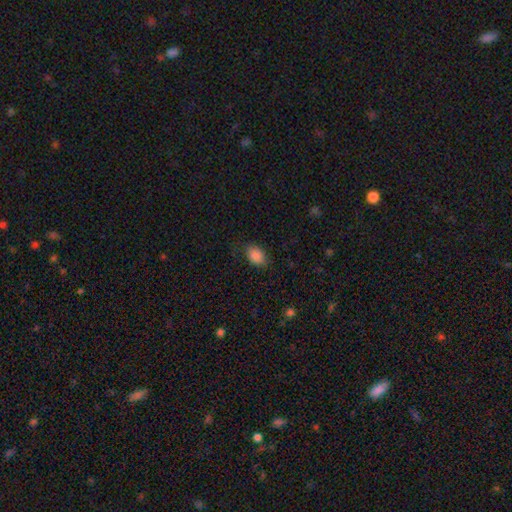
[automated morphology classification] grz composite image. It shows a smooth galaxy with no disk features (87%) that is in between round and cigar-shaped (81%). Merging: none (78%).